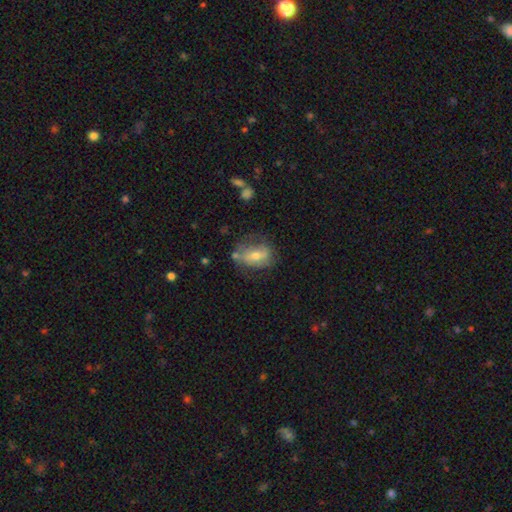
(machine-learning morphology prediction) A smooth galaxy with no disk features (48%).

Vote fractions:
- Smooth or featured? smooth: 48% / featured or disk: 44% / star or artifact: 9%
- Merging? none: 56% / minor disturbance: 26% / major disturbance: 13% / merger: 6%